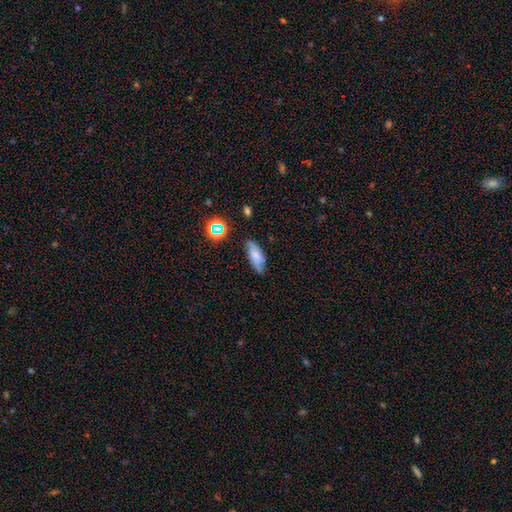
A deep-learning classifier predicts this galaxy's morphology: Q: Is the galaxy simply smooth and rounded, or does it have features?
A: smooth — 64%.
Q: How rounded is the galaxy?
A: in between — 72%.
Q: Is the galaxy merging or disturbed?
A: none — 73%.